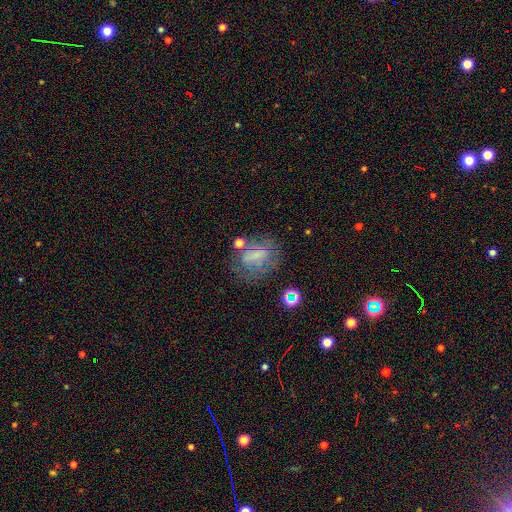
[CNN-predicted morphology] A featured or disk galaxy (42%). Merging: none (51%).